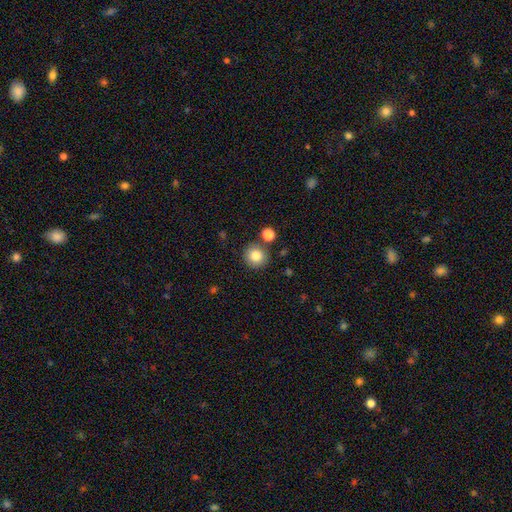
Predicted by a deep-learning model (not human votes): This appears to be a smooth galaxy with no disk features (84%) that is round (92%). Merging: none (82%).